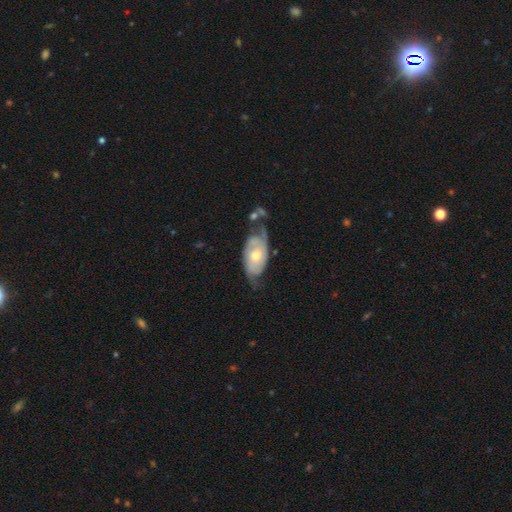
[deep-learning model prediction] This appears to be a featured or disk galaxy (69%) with no bar (75%), 2 (65%) tight (44%) spiral arms (82%) and a moderate central bulge (67%). Merging: none (44%).